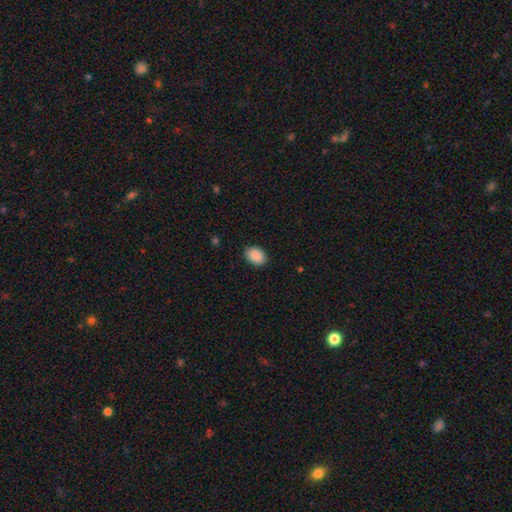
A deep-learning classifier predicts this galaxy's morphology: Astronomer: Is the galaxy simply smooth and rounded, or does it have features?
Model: smooth — 90%.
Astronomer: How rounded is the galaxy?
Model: in between — 81%.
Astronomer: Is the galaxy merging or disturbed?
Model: none — 87%.